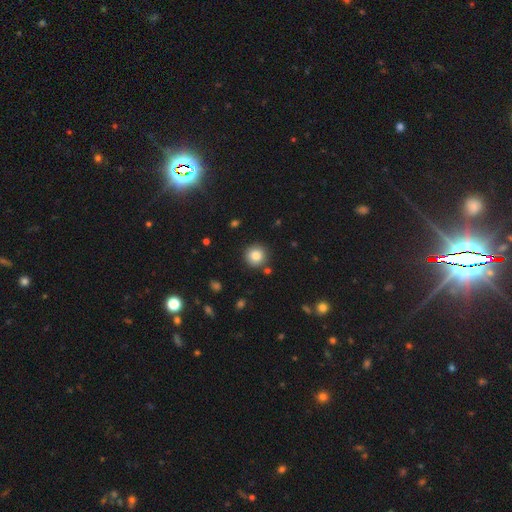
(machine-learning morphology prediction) Smooth or featured? Predicted: smooth (p=0.83). How rounded? Predicted: round (p=0.95). Merging? Predicted: none (p=0.87).